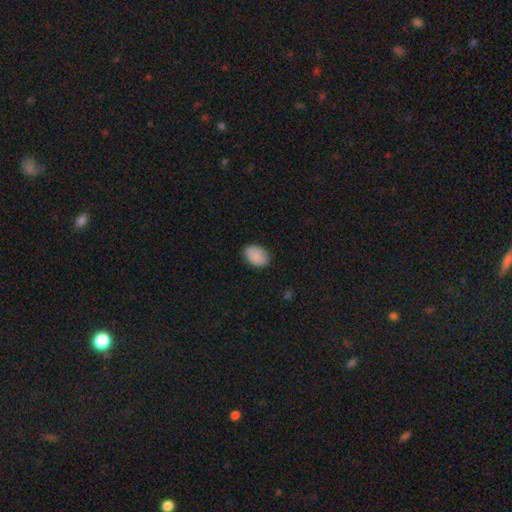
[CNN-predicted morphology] This is clearly a smooth galaxy (89%). How rounded: clearly in between (83%). Merging: clearly none (86%).